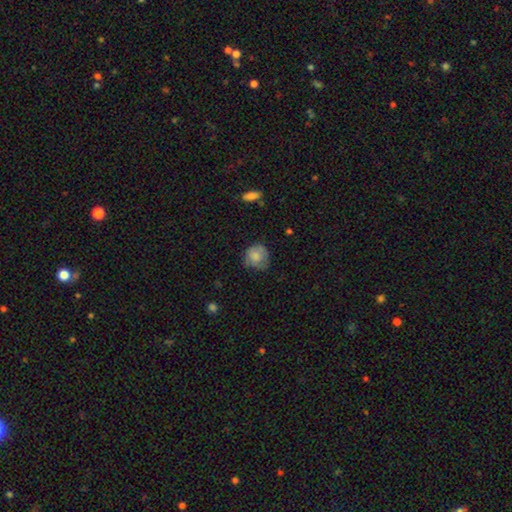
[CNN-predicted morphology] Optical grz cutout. It shows a smooth galaxy with no disk features (71%) that is round (80%). Merging: none (58%).